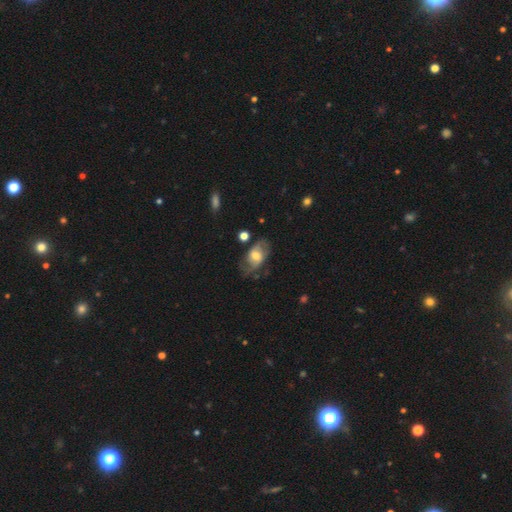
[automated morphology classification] Q: Smooth or featured?
A: featured or disk (58%); runner-up: smooth (35%)
Q: Edge-on disk?
A: no (93%); runner-up: yes (7%)
Q: Bar?
A: no (53%); runner-up: weak (38%)
Q: Spiral arms?
A: yes (77%); runner-up: no (23%)
Q: Bulge size?
A: moderate (57%); runner-up: small (22%)
Q: Merging?
A: none (58%); runner-up: minor disturbance (24%)